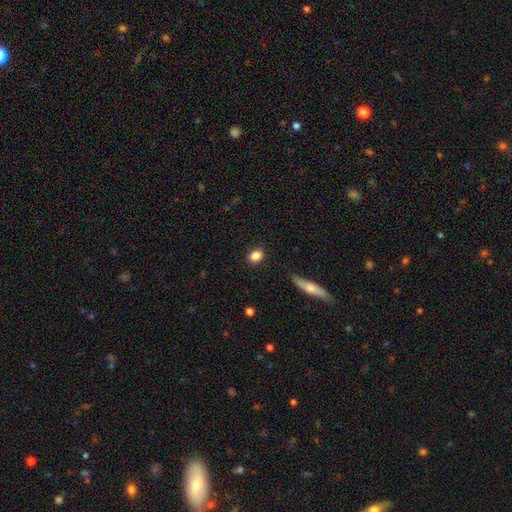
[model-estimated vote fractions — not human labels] A smooth galaxy with no disk features (85%) that is in between round and cigar-shaped (51%). Merging: none (89%).